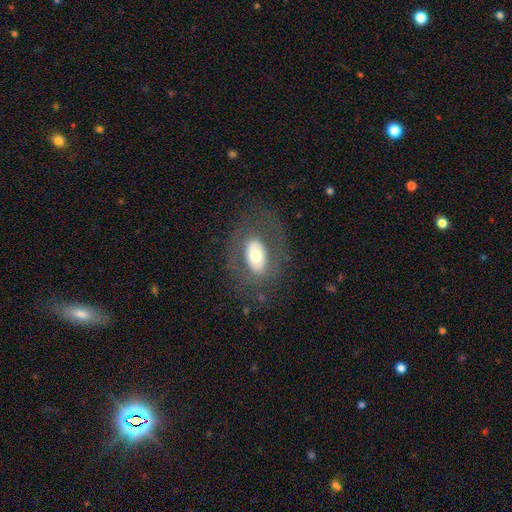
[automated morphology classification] smooth 50%, featured or disk 42%, star or artifact 8%. Down the decision tree: how rounded — in between (87%); merging — none (72%).